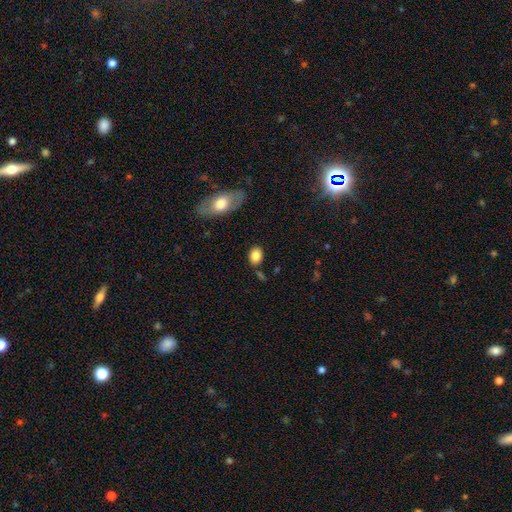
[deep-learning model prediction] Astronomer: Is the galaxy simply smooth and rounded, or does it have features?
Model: smooth — 84%.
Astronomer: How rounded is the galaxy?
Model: in between — 69%.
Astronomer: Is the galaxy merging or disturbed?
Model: none — 77%.